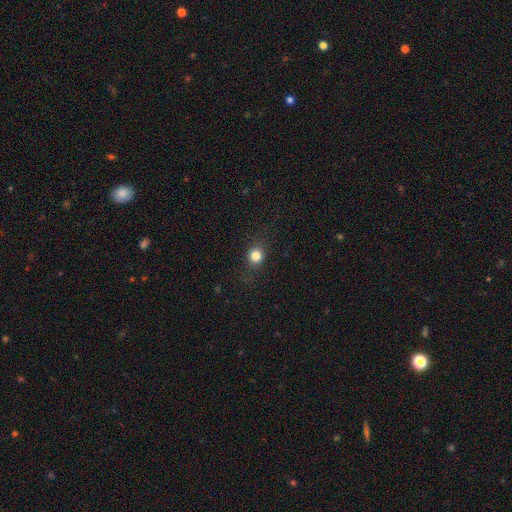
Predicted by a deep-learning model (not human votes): The model was most divided on "how rounded": round: 82%, in between: 17%, cigar-shaped: 1%. More confident: merging — none (86%); smooth or featured — smooth (81%).